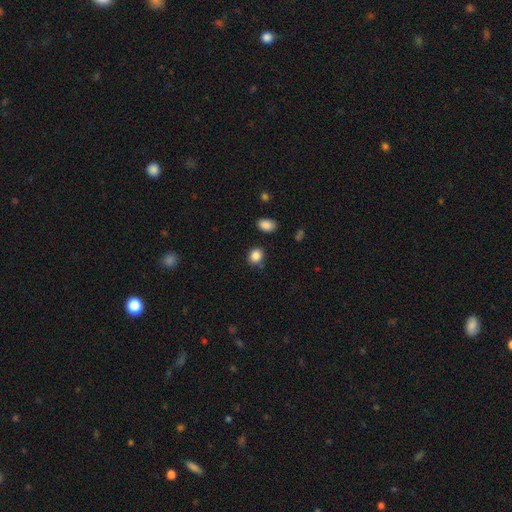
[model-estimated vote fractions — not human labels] smooth 86%, star or artifact 10%, featured or disk 4%. Down the decision tree: how rounded — round (71%); merging — none (80%).